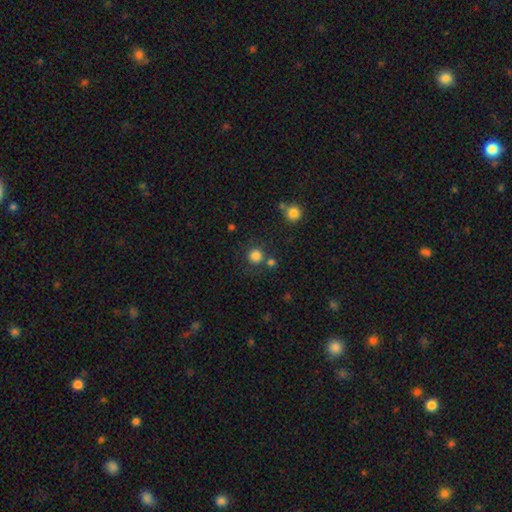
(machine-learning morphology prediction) A smooth galaxy with no disk features (82%) that is round (93%). Merging: none (76%).